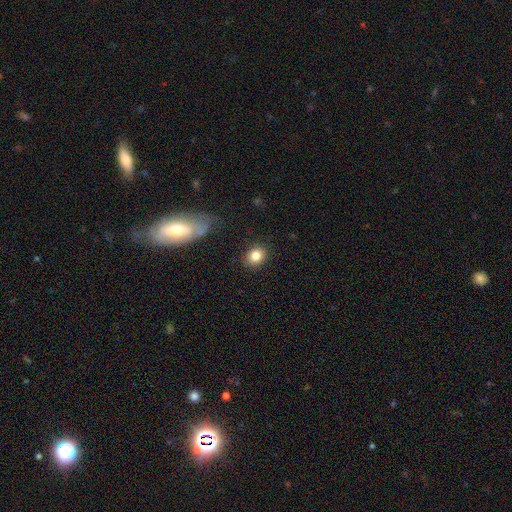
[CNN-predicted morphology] Q: Smooth or featured?
A: smooth (83%); runner-up: star or artifact (10%)
Q: How rounded?
A: round (56%); runner-up: in between (42%)
Q: Merging?
A: none (87%); runner-up: minor disturbance (9%)